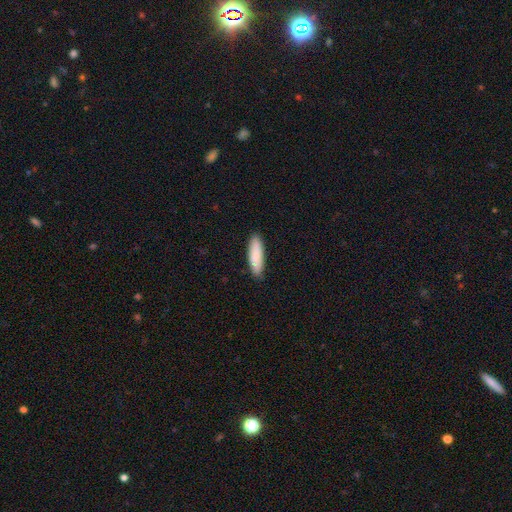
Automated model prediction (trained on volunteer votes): Smooth or featured?
  - smooth: 86% *
  - featured or disk: 8%
  - star or artifact: 5%
How rounded?
  - cigar-shaped: 55% *
  - in between: 44%
  - round: 1%
Merging?
  - none: 84% *
  - minor disturbance: 13%
  - major disturbance: 2%
  - merger: 1%